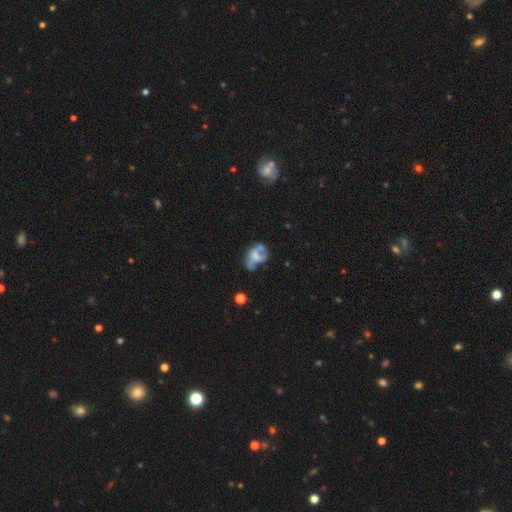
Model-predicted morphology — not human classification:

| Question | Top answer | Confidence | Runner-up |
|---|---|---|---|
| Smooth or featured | featured or disk | 49% | smooth (39%) |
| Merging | major disturbance | 39% | none (26%) |